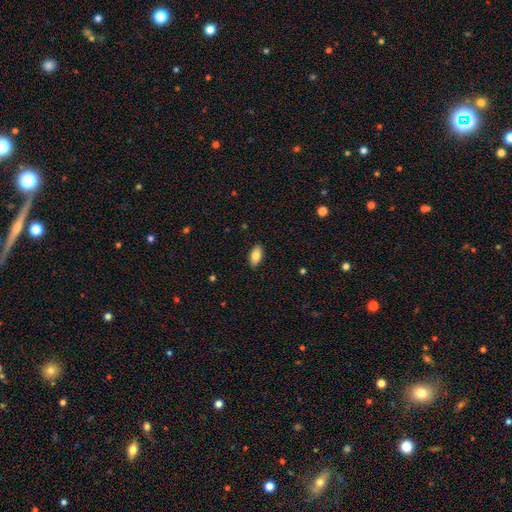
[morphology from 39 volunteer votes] Overall: smooth (82%). How rounded: in between (97%). Merging: none (84%).